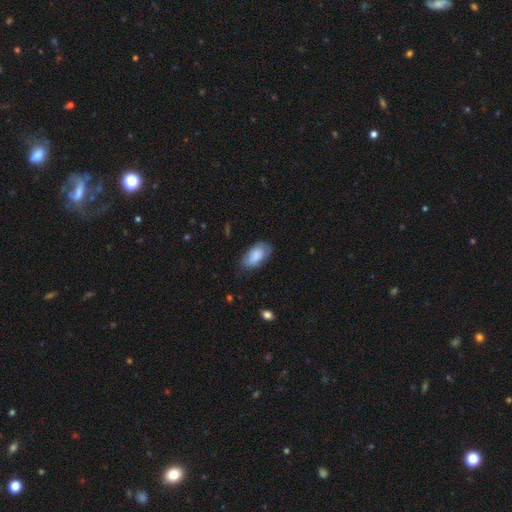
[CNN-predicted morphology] Overall: smooth (75%). How rounded: in between (93%). Merging: none (66%; minor disturbance 26%).